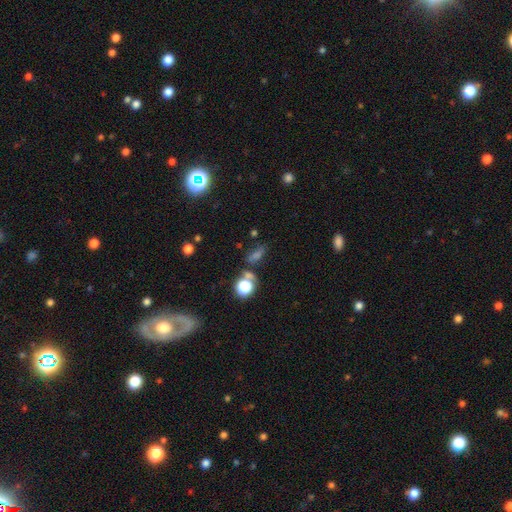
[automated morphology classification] This appears to be a smooth galaxy with no disk features (44%). Merging: none (66%).